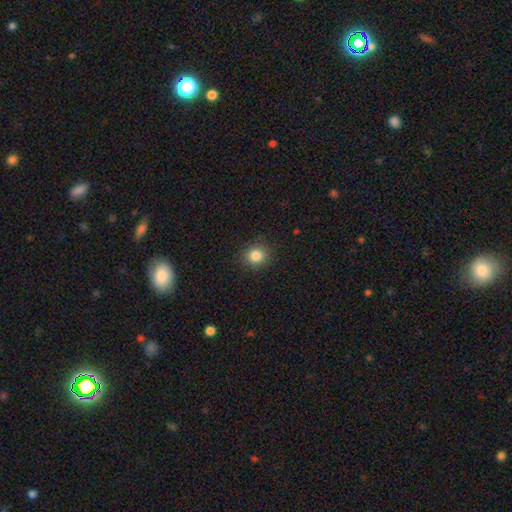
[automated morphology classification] smooth 83%, star or artifact 11%, featured or disk 5%. Down the decision tree: how rounded — round (88%); merging — none (90%).